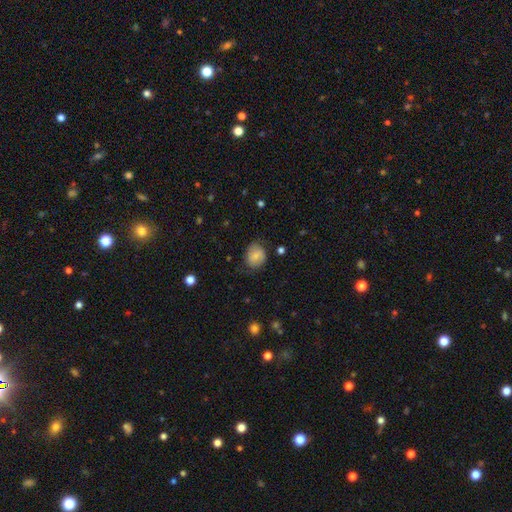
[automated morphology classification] type=smooth (77%); roundness=round (62%); merging=none (71%).